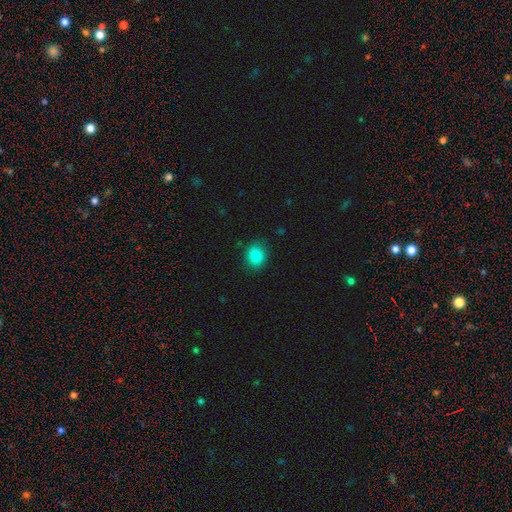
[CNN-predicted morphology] smooth 84%, star or artifact 10%, featured or disk 6%. Down the decision tree: how rounded — round (57%); merging — none (84%).